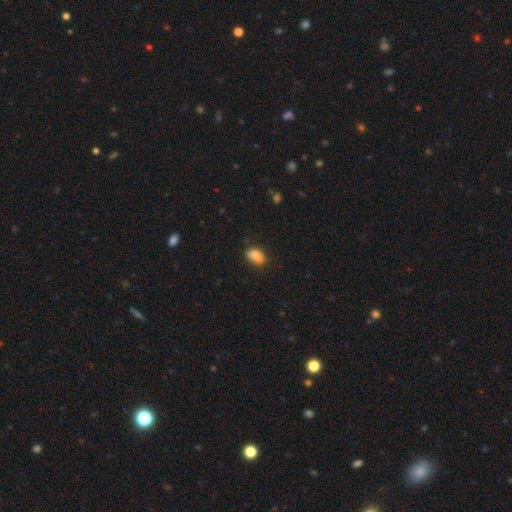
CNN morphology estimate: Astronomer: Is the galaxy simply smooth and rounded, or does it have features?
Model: smooth — 82%.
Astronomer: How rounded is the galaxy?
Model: in between — 85%.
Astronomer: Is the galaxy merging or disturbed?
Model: none — 55%.